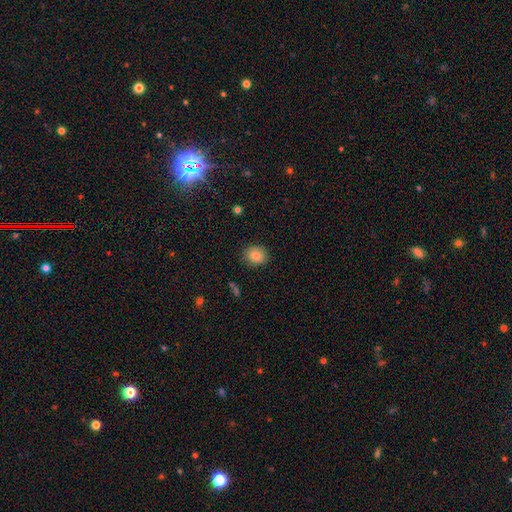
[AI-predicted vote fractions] smooth 83%, star or artifact 9%, featured or disk 7%. Down the decision tree: how rounded — round (75%); merging — none (86%).